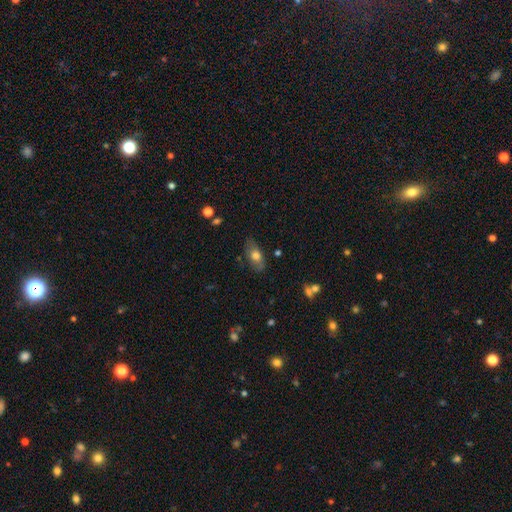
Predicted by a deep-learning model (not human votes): Smooth or featured: smooth — 67% (featured or disk — 26%)
How rounded: in between — 87% (cigar-shaped — 7%)
Merging: none — 75% (minor disturbance — 18%)